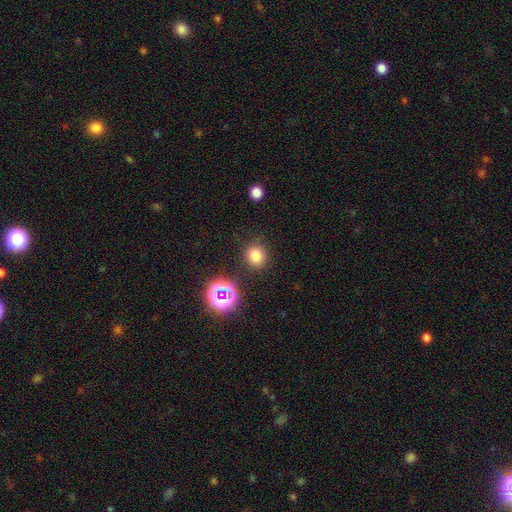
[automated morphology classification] Smooth or featured? Predicted: smooth (p=0.76). How rounded? Predicted: round (p=0.82). Merging? Predicted: none (p=0.86).